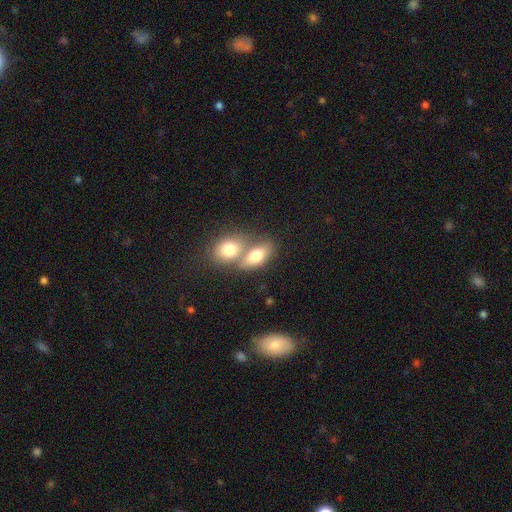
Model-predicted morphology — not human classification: smooth_or_featured: smooth (p=0.76) [alt: featured or disk p=0.16]
how_rounded: in between (p=0.81) [alt: round p=0.15]
merging: merger (p=0.58) [alt: none p=0.30]